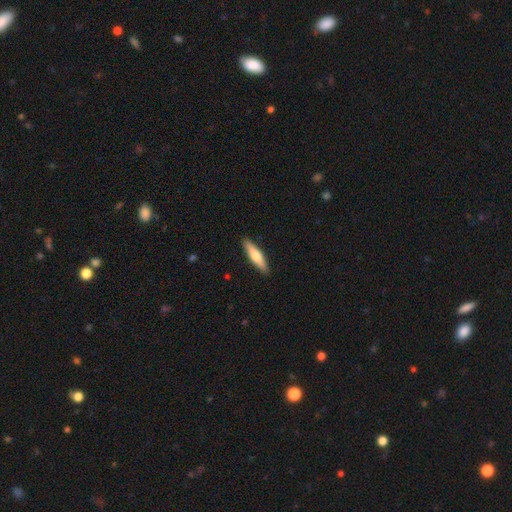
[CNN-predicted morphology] type=smooth (63%); roundness=cigar-shaped (78%); merging=none (90%).